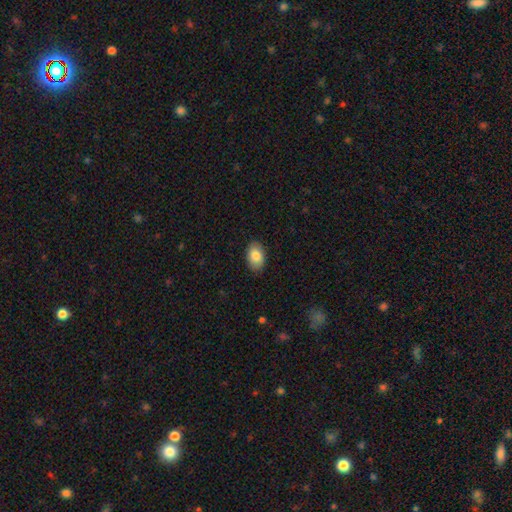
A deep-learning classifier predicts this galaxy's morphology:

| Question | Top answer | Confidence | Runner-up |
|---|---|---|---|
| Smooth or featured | smooth | 85% | featured or disk (8%) |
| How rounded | in between | 91% | round (8%) |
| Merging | none | 88% | minor disturbance (9%) |